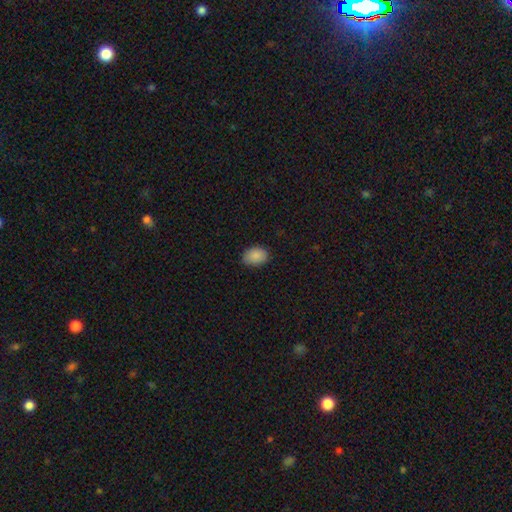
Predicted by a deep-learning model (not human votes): Smooth or featured? Predicted: smooth (p=0.89). How rounded? Predicted: in between (p=0.78). Merging? Predicted: none (p=0.82).